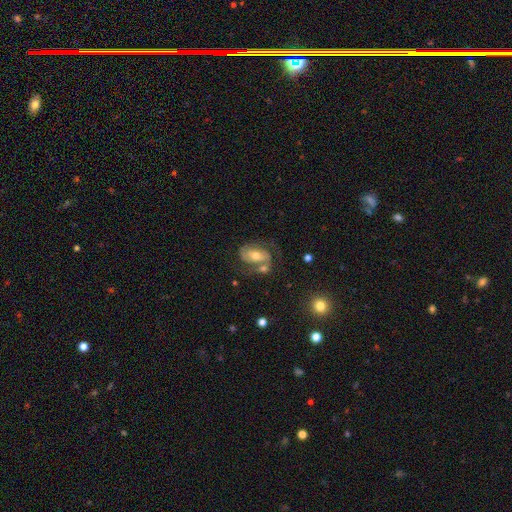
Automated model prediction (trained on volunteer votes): Smooth or featured: featured or disk — 70% (smooth — 22%)
Edge-on disk: no — 96% (yes — 4%)
Bar: no — 41% (weak — 35%)
Spiral arms: yes — 87% (no — 13%)
Spiral winding: medium — 49% (tight — 28%)
Spiral arm count: 2 — 84% (can't tell — 8%)
Bulge size: moderate — 65% (small — 25%)
Merging: none — 48% (merger — 20%)